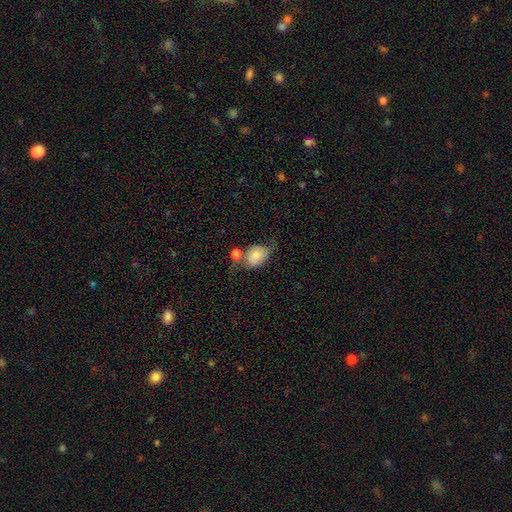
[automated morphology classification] Overall: smooth (74%). How rounded: in between (68%; round 31%). Merging: none (32%; merger 26%).